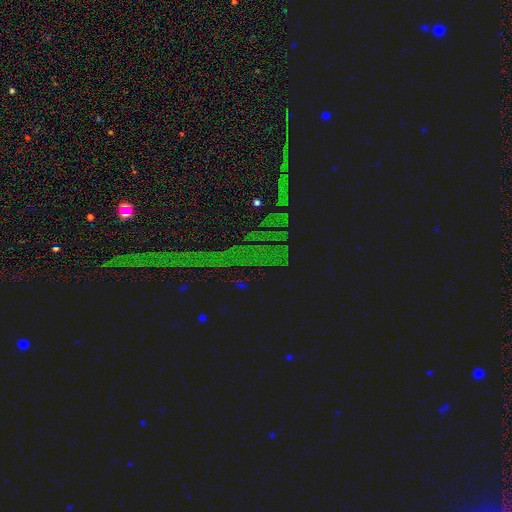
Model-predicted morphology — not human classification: Q: Smooth or featured?
A: star or artifact (87%); runner-up: smooth (7%)